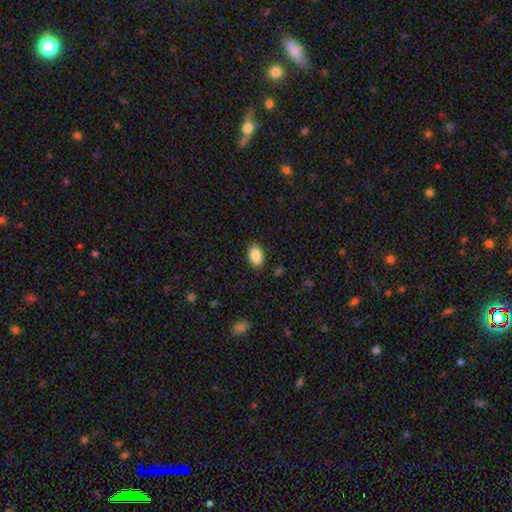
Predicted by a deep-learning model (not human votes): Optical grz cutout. It shows a smooth galaxy with no disk features (89%) that is in between round and cigar-shaped (92%). Merging: none (87%).